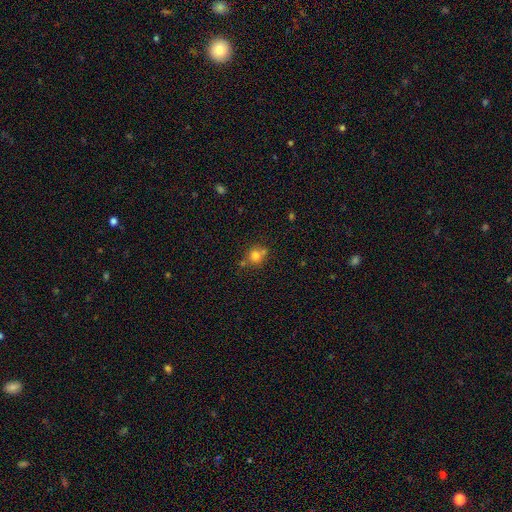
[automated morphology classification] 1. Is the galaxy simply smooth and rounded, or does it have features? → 77% smooth, 13% star or artifact, 11% featured or disk.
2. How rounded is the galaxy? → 80% round, 19% in between, 1% cigar-shaped.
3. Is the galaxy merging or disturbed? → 56% none, 24% merger, 15% minor disturbance, 5% major disturbance.